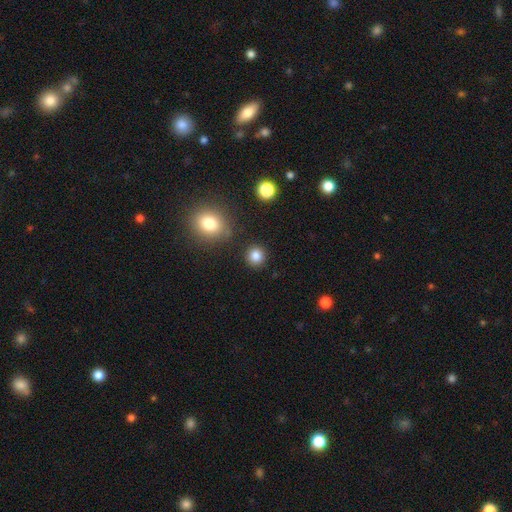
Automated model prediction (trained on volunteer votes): A smooth galaxy with no disk features (84%) that is round (92%). Merging: none (89%).